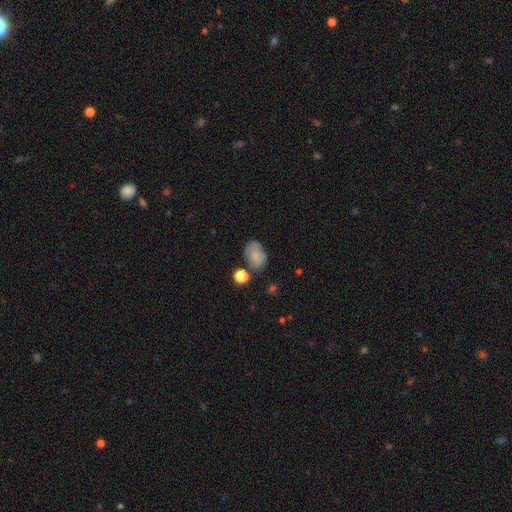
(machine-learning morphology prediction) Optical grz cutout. It shows a smooth galaxy with no disk features (79%) that is in between round and cigar-shaped (83%). Merging: none (63%).